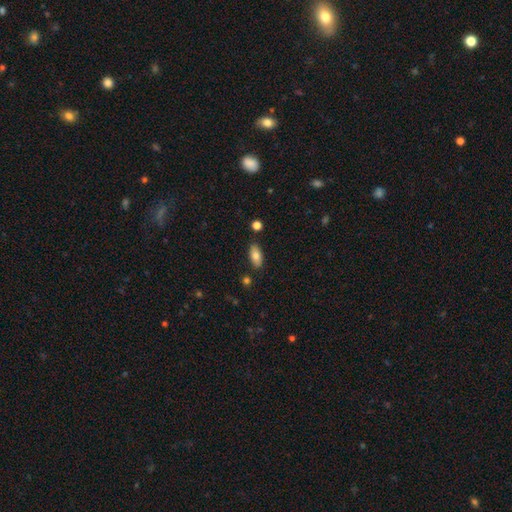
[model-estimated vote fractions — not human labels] Smooth or featured: smooth — 80% (featured or disk — 13%)
How rounded: in between — 89% (cigar-shaped — 9%)
Merging: none — 85% (minor disturbance — 10%)